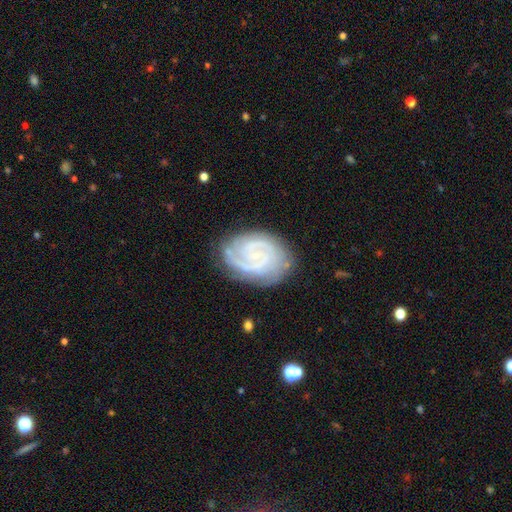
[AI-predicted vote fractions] This appears to be a featured or disk galaxy (85%) with no bar (56%), 2 (48%) tight (68%) spiral arms (97%) and a small central bulge (71%). Merging: none (77%).